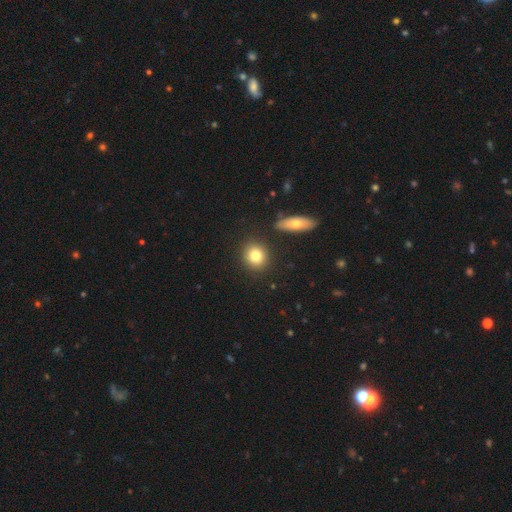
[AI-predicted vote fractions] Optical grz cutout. It shows a smooth galaxy with no disk features (81%) that is round (79%). Merging: none (86%).